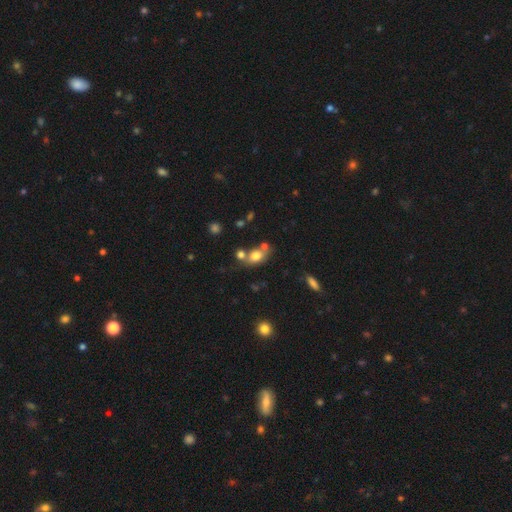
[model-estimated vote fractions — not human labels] smooth 74%, featured or disk 14%, star or artifact 11%. Down the decision tree: how rounded — in between (64%); merging — none (45%).